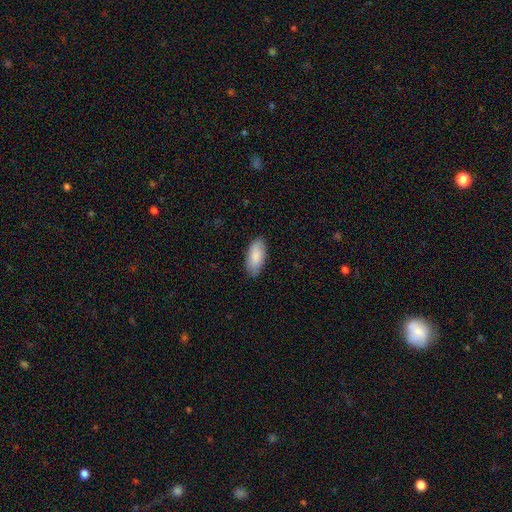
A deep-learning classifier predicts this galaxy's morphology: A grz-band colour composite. It shows a smooth galaxy with no disk features (88%) that is in between round and cigar-shaped (90%). Merging: none (86%).